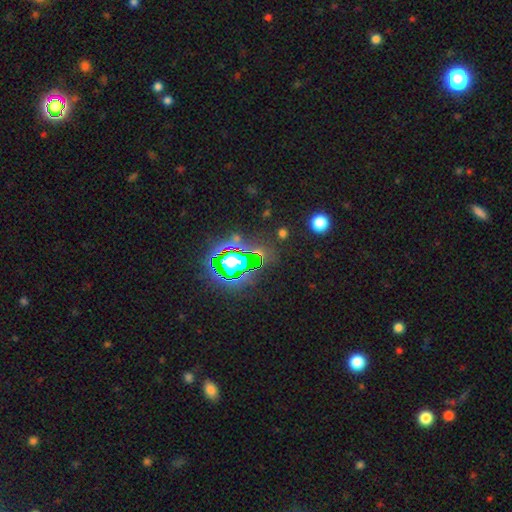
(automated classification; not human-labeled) Morphology: type=star or artifact (73%).